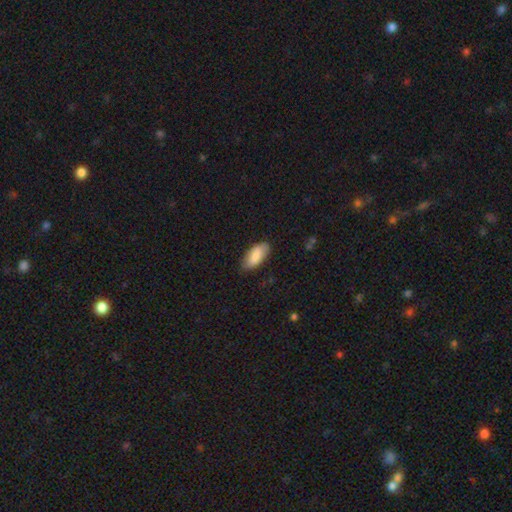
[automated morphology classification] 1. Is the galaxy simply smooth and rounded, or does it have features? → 82% smooth, 12% featured or disk, 6% star or artifact.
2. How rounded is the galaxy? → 89% in between, 9% cigar-shaped, 2% round.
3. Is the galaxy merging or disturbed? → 79% none, 17% minor disturbance, 3% major disturbance, 1% merger.